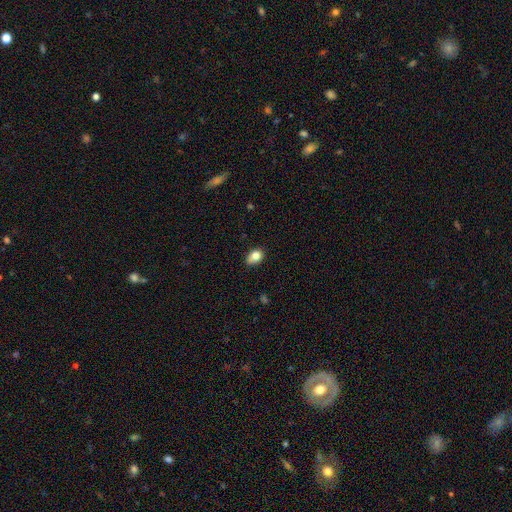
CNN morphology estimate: Q: Smooth or featured?
A: smooth (83%); runner-up: star or artifact (9%)
Q: How rounded?
A: in between (78%); runner-up: round (20%)
Q: Merging?
A: none (71%); runner-up: minor disturbance (24%)